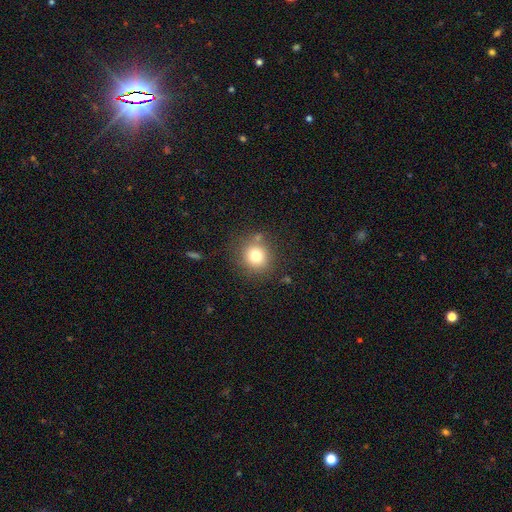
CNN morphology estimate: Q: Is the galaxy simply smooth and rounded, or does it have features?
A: smooth — 77%.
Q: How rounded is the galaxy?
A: round — 87%.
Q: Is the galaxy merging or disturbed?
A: none — 81%.